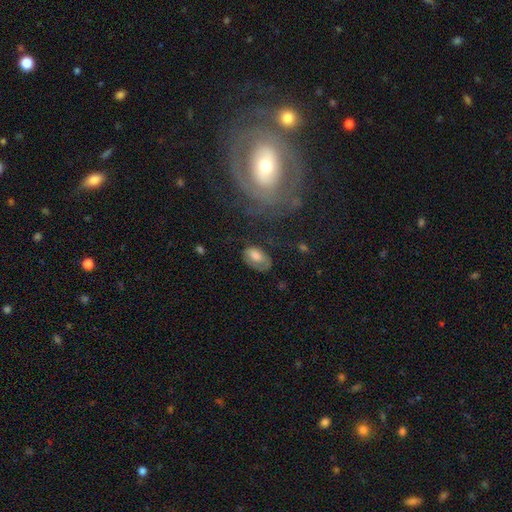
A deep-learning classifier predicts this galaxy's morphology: type=smooth (66%); roundness=in between (91%); merging=none (58%).